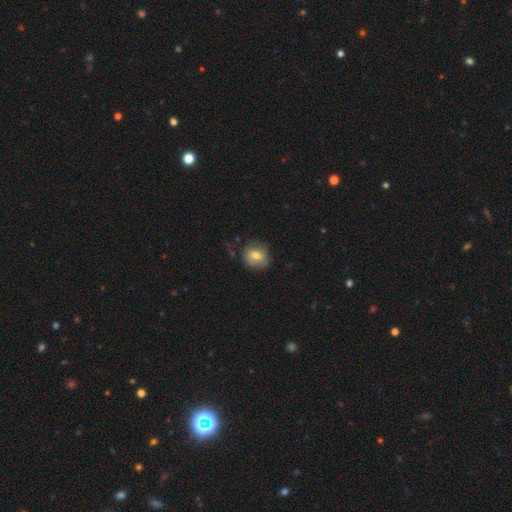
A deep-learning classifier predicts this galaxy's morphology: smooth-or-featured: smooth: 67% | featured or disk: 24% | star or artifact: 9%
  how-rounded: round: 79% | in between: 20% | cigar-shaped: 1%
  merging: none: 70% | minor disturbance: 21% | major disturbance: 7% | merger: 2%